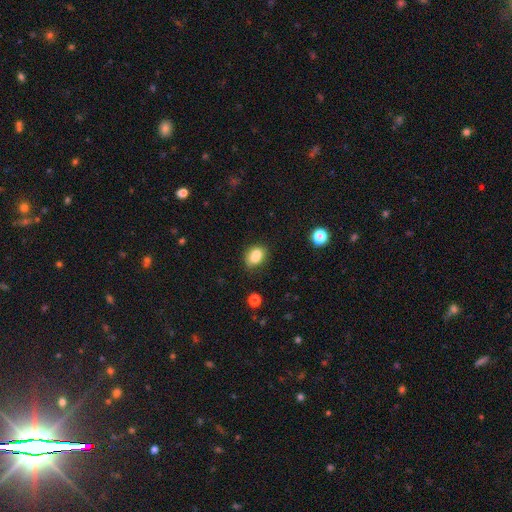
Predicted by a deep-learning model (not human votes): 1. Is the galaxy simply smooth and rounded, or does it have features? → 81% smooth, 10% star or artifact, 9% featured or disk.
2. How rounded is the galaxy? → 67% in between, 31% round, 1% cigar-shaped.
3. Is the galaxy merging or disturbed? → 58% none, 19% merger, 19% minor disturbance, 5% major disturbance.